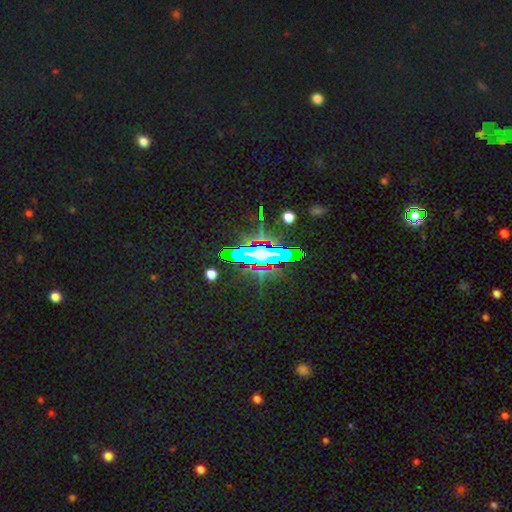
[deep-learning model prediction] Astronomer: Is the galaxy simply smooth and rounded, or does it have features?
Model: star or artifact — 64%.